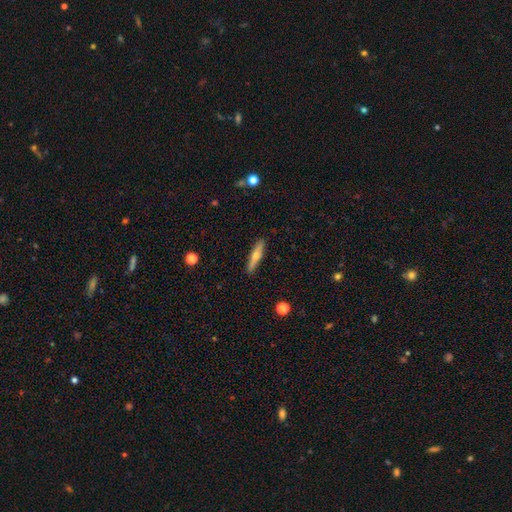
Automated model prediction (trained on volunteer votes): featured or disk 53%, smooth 40%, star or artifact 6%. Down the decision tree: edge-on disk — yes (94%); edge-on bulge — rounded (90%); merging — none (90%).